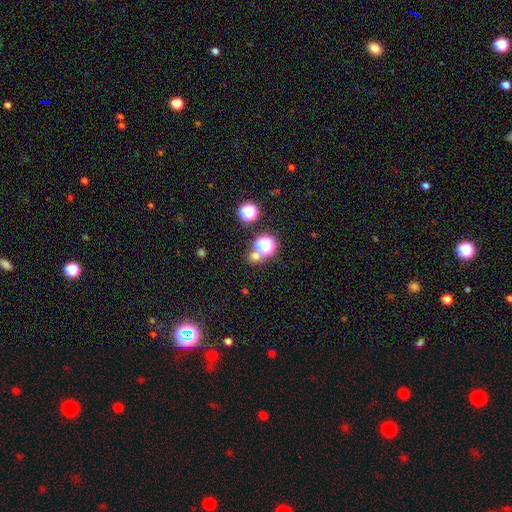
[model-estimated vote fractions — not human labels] smooth_or_featured: smooth (p=0.59) [alt: star or artifact p=0.34]
how_rounded: round (p=0.85) [alt: in between p=0.14]
merging: none (p=0.65) [alt: merger p=0.23]